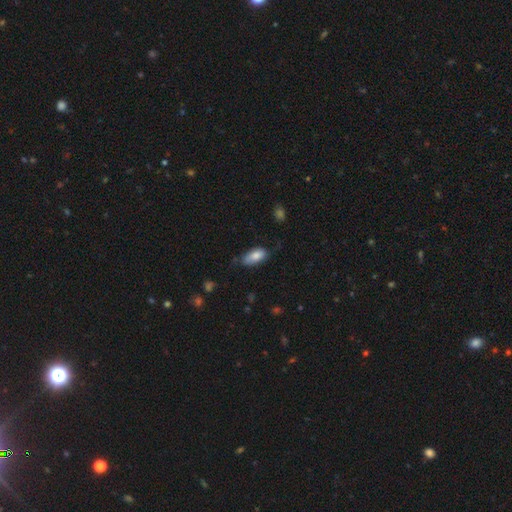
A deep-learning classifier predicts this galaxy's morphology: type=smooth (82%); roundness=in between (90%); merging=none (58%).